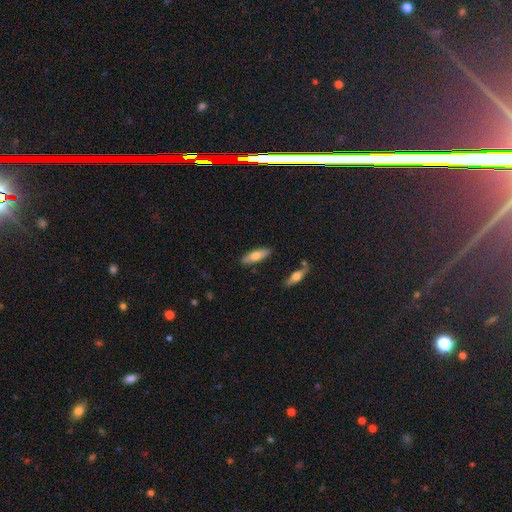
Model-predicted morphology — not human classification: Q: Smooth or featured?
A: smooth (68%); runner-up: featured or disk (26%)
Q: How rounded?
A: in between (52%); runner-up: cigar-shaped (46%)
Q: Merging?
A: none (86%); runner-up: minor disturbance (9%)